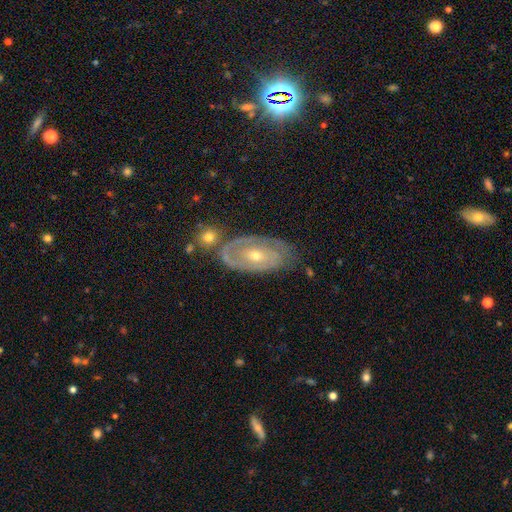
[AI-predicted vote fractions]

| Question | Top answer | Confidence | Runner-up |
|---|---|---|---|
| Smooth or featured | featured or disk | 79% | smooth (15%) |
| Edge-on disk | no | 94% | yes (6%) |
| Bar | no | 72% | weak (21%) |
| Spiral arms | yes | 80% | no (20%) |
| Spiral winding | tight | 72% | medium (22%) |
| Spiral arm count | can't tell | 38% | 2 (37%) |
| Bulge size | small | 52% | moderate (45%) |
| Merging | none | 63% | minor disturbance (21%) |